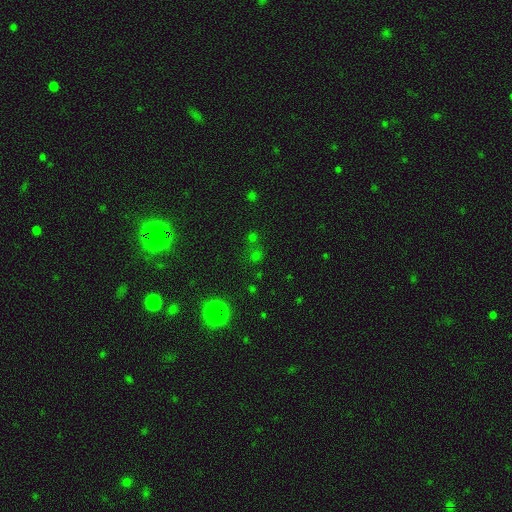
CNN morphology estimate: This appears to be a star or artifact, not a galaxy (48%).